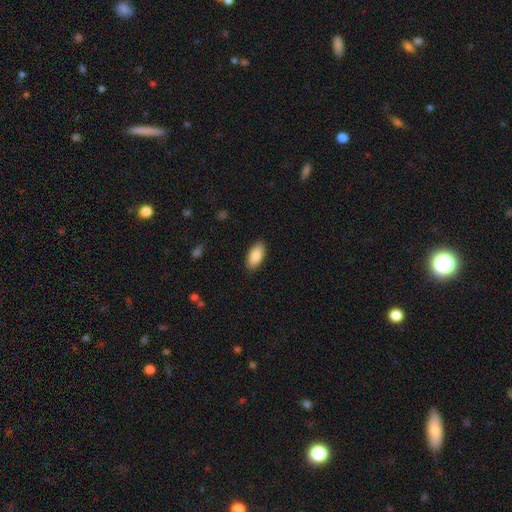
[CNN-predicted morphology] A smooth galaxy with no disk features (88%) that is in between round and cigar-shaped (91%).

Vote fractions:
- Smooth or featured? smooth: 88% / star or artifact: 6% / featured or disk: 6%
- How rounded? in between: 91% / cigar-shaped: 7% / round: 2%
- Merging? none: 88% / minor disturbance: 9% / major disturbance: 2% / merger: 1%